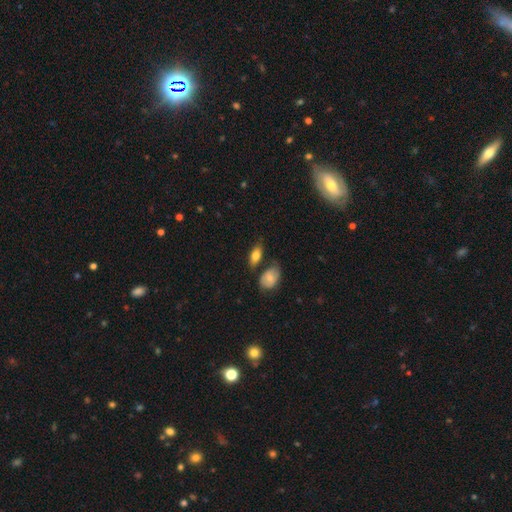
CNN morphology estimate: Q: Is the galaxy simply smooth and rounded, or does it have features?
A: smooth — 76%.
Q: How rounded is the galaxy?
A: in between — 85%.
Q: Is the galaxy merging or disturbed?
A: none — 66%.